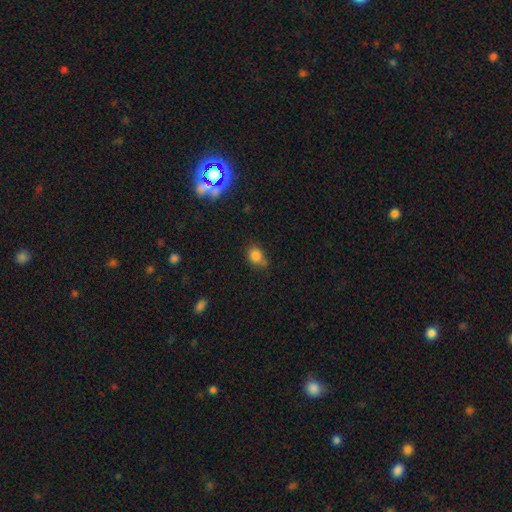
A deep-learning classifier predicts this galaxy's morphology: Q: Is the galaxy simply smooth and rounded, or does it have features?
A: smooth — 81%.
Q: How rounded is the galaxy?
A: round — 51%.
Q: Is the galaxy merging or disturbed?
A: none — 57%.